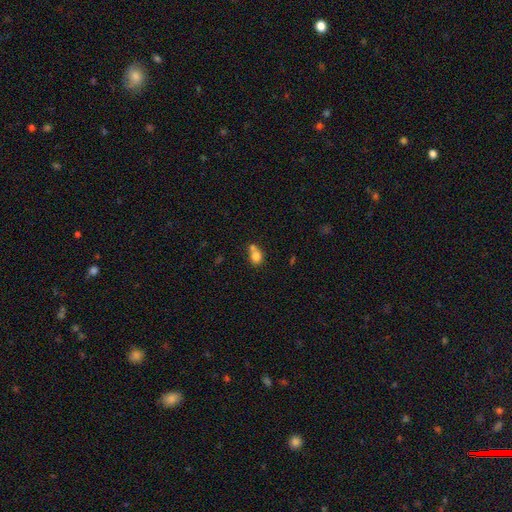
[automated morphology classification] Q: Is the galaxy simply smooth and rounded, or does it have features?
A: smooth — 78%.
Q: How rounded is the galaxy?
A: round — 55%.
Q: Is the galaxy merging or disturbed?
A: merger — 51%.